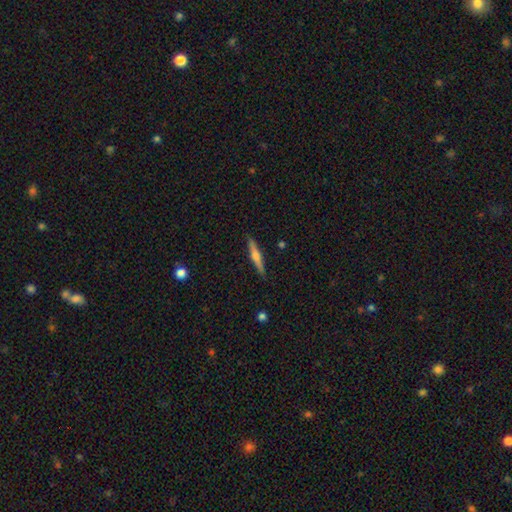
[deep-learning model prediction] Q: Smooth or featured?
A: featured or disk (62%); runner-up: smooth (32%)
Q: Edge-on disk?
A: yes (98%); runner-up: no (2%)
Q: Edge-on bulge?
A: rounded (85%); runner-up: none (9%)
Q: Merging?
A: none (91%); runner-up: minor disturbance (7%)